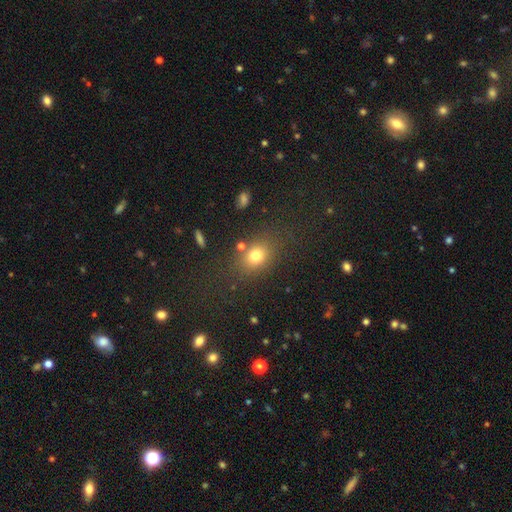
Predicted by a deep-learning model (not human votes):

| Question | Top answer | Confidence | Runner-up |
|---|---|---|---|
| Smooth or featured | smooth | 76% | star or artifact (15%) |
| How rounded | in between | 55% | round (43%) |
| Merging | none | 75% | minor disturbance (13%) |